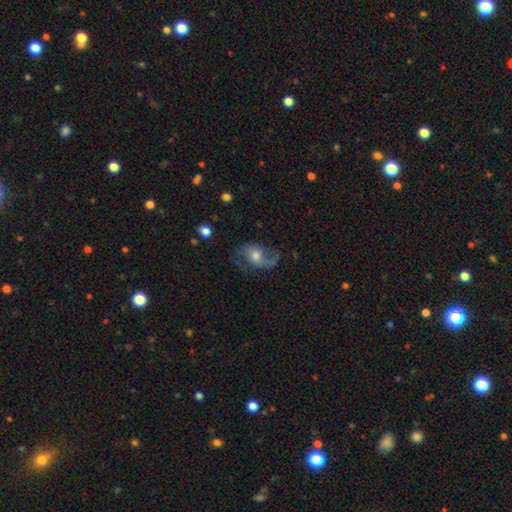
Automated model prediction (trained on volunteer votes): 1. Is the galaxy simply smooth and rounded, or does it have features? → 69% featured or disk, 22% smooth, 9% star or artifact.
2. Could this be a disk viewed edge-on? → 96% no, 4% yes.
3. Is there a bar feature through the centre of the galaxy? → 63% no, 31% weak, 7% strong.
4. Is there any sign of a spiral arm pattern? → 90% yes, 10% no.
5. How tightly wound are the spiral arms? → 59% loose, 33% medium, 8% tight.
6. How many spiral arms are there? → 81% 2, 10% 1, 5% can't tell, 1% 3, 1% 4, 1% more than 4.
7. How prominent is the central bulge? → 60% moderate, 21% small, 14% large, 3% none, 2% dominant.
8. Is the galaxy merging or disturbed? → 61% none, 20% minor disturbance, 18% major disturbance, 2% merger.